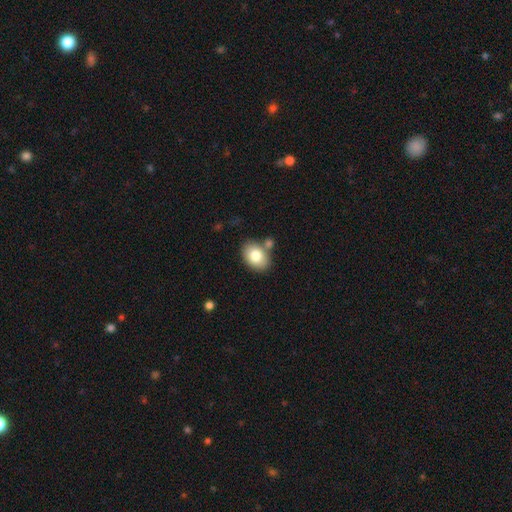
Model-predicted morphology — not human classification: Smooth or featured? Predicted: smooth (p=0.80). How rounded? Predicted: in between (p=0.75). Merging? Predicted: none (p=0.70).